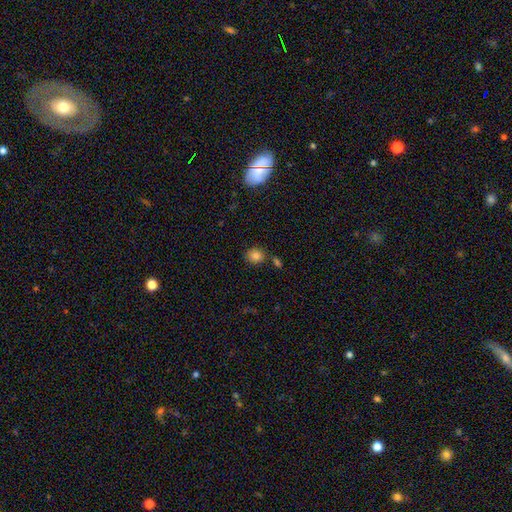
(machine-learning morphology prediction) Smooth or featured?
  - smooth: 83% *
  - star or artifact: 11%
  - featured or disk: 6%
How rounded?
  - round: 81% *
  - in between: 18%
  - cigar-shaped: 1%
Merging?
  - none: 74% *
  - minor disturbance: 12%
  - merger: 11%
  - major disturbance: 3%